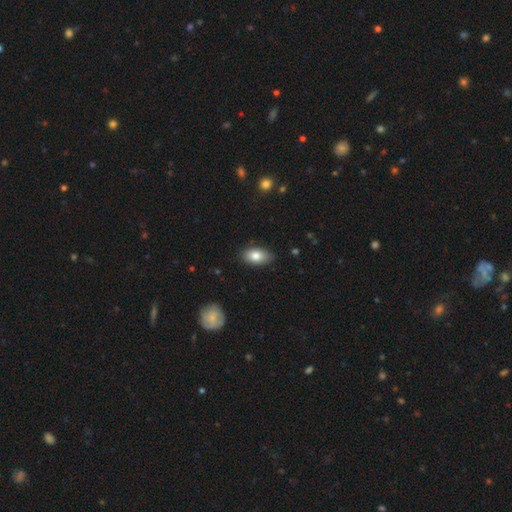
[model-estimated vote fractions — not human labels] Q: Smooth or featured?
A: smooth (81%); runner-up: featured or disk (12%)
Q: How rounded?
A: in between (90%); runner-up: round (6%)
Q: Merging?
A: none (81%); runner-up: minor disturbance (15%)